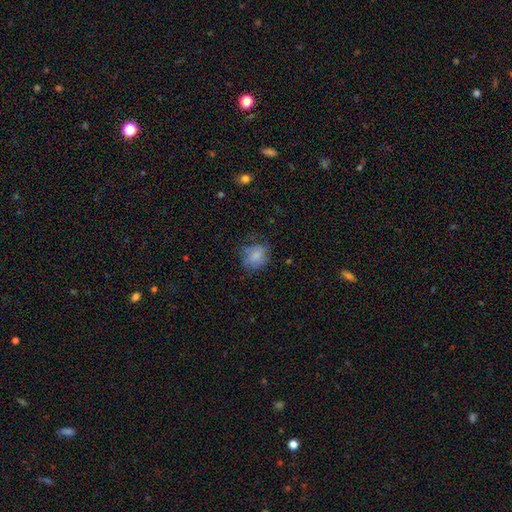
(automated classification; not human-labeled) Morphology: type=smooth (69%); roundness=round (57%); merging=none (62%).